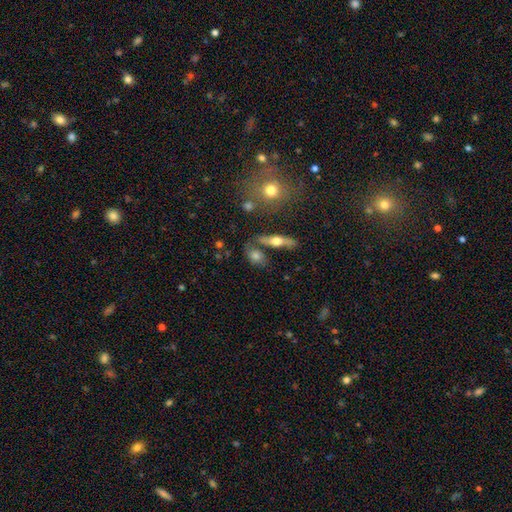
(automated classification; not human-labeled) Q: Smooth or featured?
A: smooth (64%); runner-up: featured or disk (26%)
Q: How rounded?
A: in between (64%); runner-up: round (24%)
Q: Merging?
A: none (59%); runner-up: merger (19%)